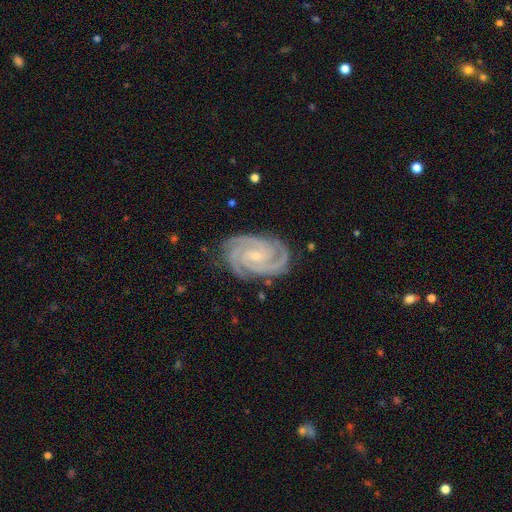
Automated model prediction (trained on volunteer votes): Morphology: type=featured or disk (92%); edge-on=no (98%); bar=no (58%); spiral arms=yes (99%); winding=tight (76%); arm count=3 (43%); bulge=small (76%); merging=none (82%).